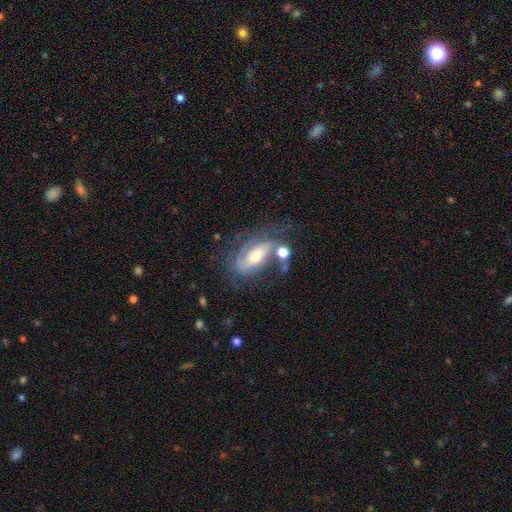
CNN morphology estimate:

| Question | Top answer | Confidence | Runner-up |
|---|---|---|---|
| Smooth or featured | featured or disk | 64% | smooth (28%) |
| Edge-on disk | no | 88% | yes (12%) |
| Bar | no | 43% | weak (34%) |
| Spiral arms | yes | 78% | no (22%) |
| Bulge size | moderate | 57% | small (23%) |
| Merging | none | 41% | major disturbance (22%) |